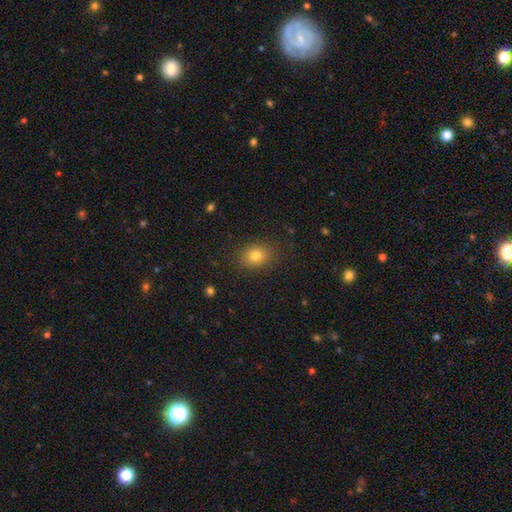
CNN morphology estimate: A smooth galaxy with no disk features (79%) that is in between round and cigar-shaped (53%).

Vote fractions:
- Smooth or featured? smooth: 79% / star or artifact: 13% / featured or disk: 8%
- How rounded? in between: 53% / round: 46% / cigar-shaped: 1%
- Merging? none: 85% / minor disturbance: 10% / major disturbance: 3% / merger: 1%